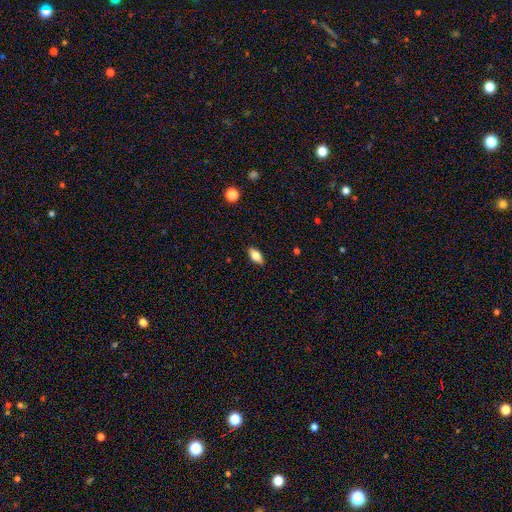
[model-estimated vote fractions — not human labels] Smooth or featured? Predicted: smooth (p=0.76). How rounded? Predicted: in between (p=0.85). Merging? Predicted: none (p=0.87).